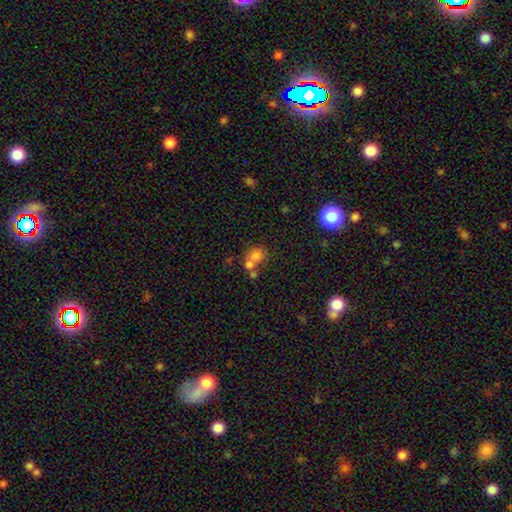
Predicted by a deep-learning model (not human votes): Smooth or featured?
  - smooth: 71% *
  - star or artifact: 15%
  - featured or disk: 14%
How rounded?
  - round: 74% *
  - in between: 25%
  - cigar-shaped: 1%
Merging?
  - merger: 50% *
  - none: 37%
  - minor disturbance: 8%
  - major disturbance: 5%